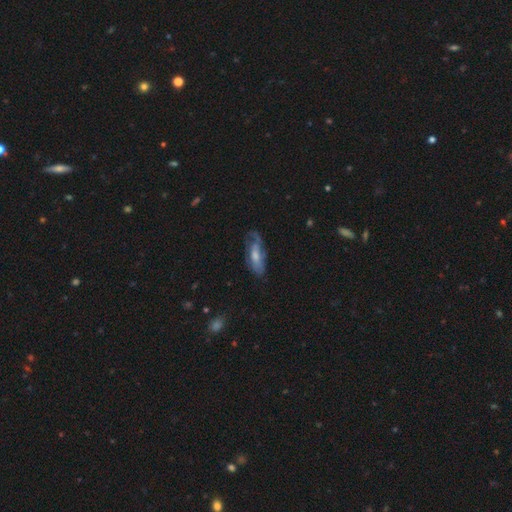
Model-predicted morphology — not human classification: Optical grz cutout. It shows a featured or disk galaxy (50%). Merging: none (46%).